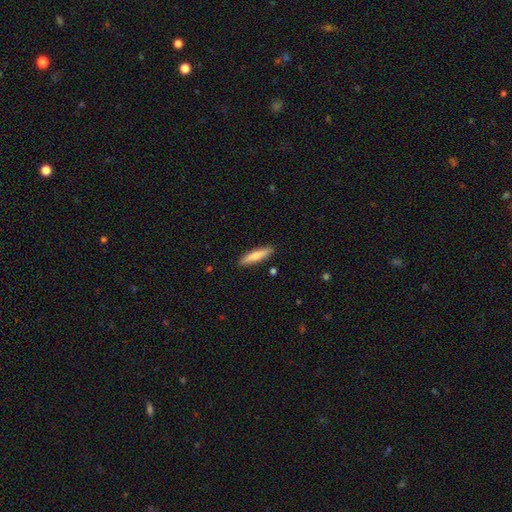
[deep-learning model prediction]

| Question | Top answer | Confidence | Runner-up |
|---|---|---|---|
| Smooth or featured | smooth | 75% | featured or disk (20%) |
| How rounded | cigar-shaped | 80% | in between (18%) |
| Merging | none | 89% | minor disturbance (8%) |